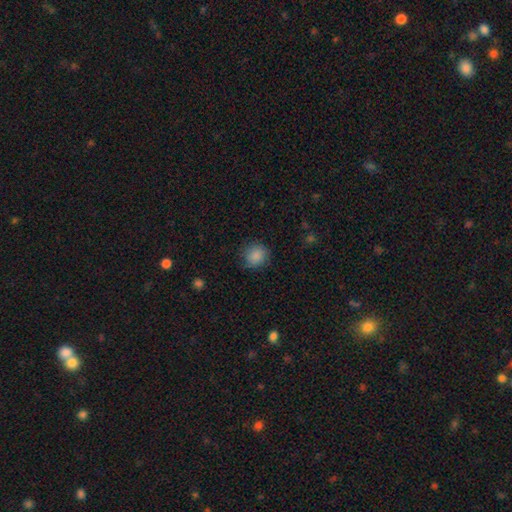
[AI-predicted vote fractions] This appears to be a smooth galaxy with no disk features (87%) that is round (84%). Merging: none (83%).